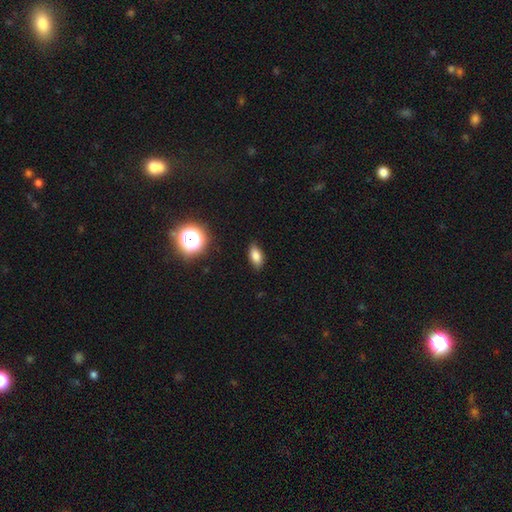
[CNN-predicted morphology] Smooth or featured: smooth — 80% (star or artifact — 12%)
How rounded: in between — 86% (round — 8%)
Merging: none — 84% (minor disturbance — 12%)